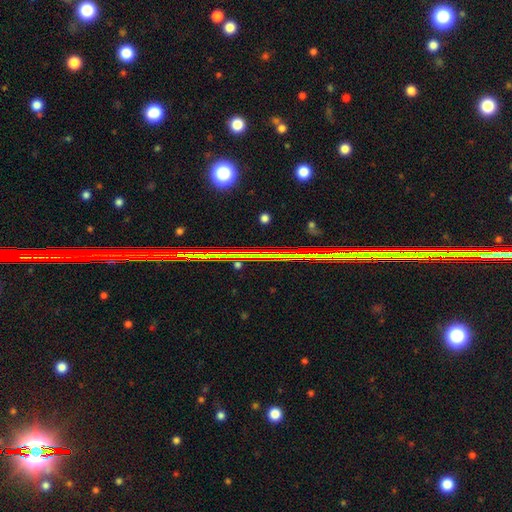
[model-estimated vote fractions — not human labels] A star or artifact, not a galaxy (79%).